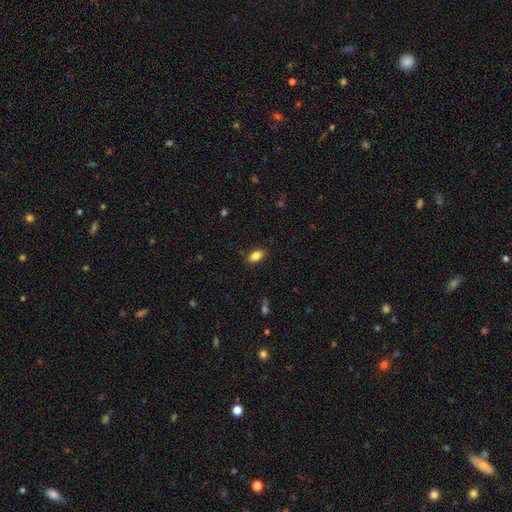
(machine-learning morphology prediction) The model was most divided on "smooth or featured": smooth: 84%, star or artifact: 8%, featured or disk: 7%. More confident: how rounded — in between (90%); merging — none (86%).